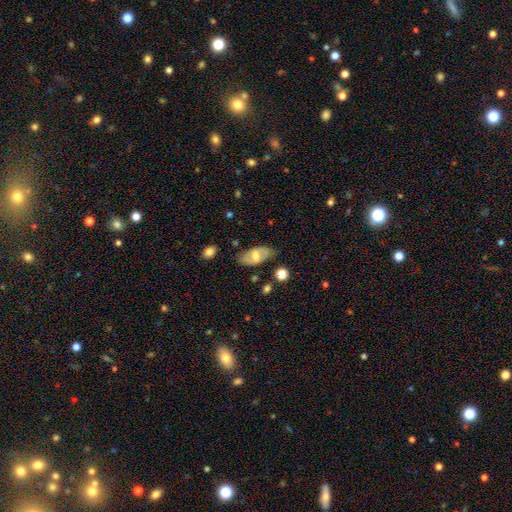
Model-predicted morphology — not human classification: smooth_or_featured: featured or disk (p=0.49) [alt: smooth p=0.44]
merging: none (p=0.75) [alt: minor disturbance p=0.18]